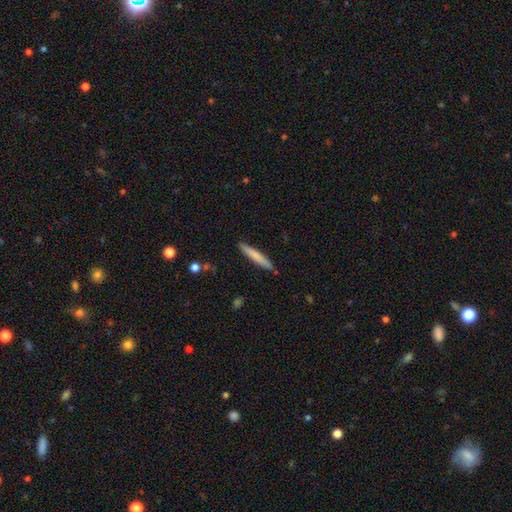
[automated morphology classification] A smooth galaxy with no disk features (73%) that is cigar-shaped (95%). Merging: none (89%).